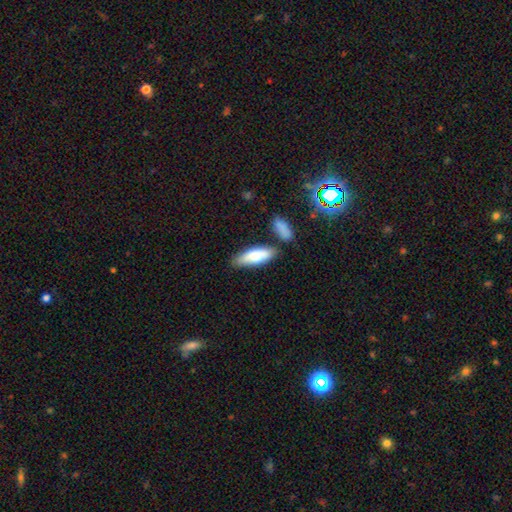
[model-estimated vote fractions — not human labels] Q: Smooth or featured?
A: smooth (76%); runner-up: featured or disk (18%)
Q: How rounded?
A: in between (59%); runner-up: cigar-shaped (39%)
Q: Merging?
A: none (67%); runner-up: minor disturbance (16%)